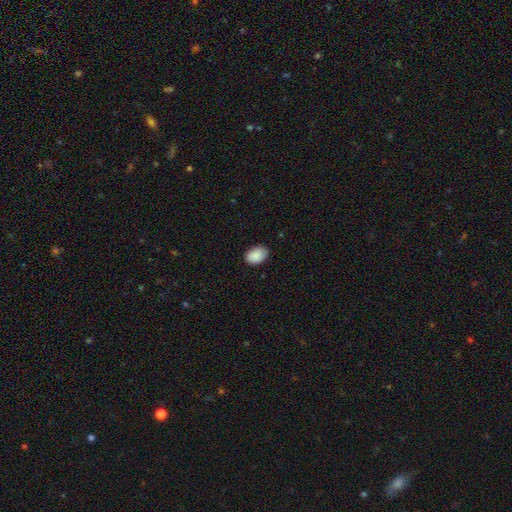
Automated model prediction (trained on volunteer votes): smooth 90%, star or artifact 7%, featured or disk 3%. Down the decision tree: how rounded — in between (87%); merging — none (84%).